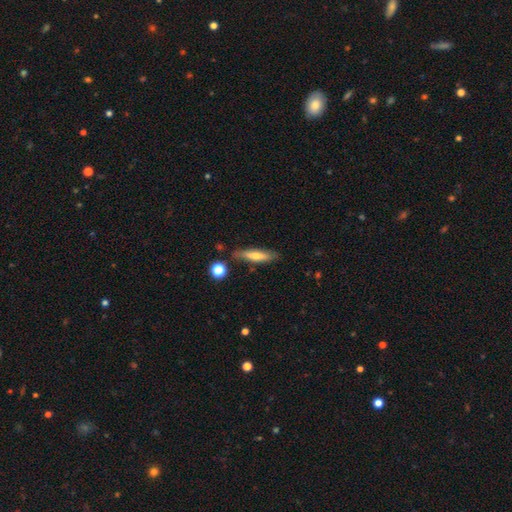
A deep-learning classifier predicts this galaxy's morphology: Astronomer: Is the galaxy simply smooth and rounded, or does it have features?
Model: smooth — 55% (runner-up: featured or disk, 38%).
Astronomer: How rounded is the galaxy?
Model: cigar-shaped — 80%.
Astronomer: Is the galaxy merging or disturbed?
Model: none — 79%.